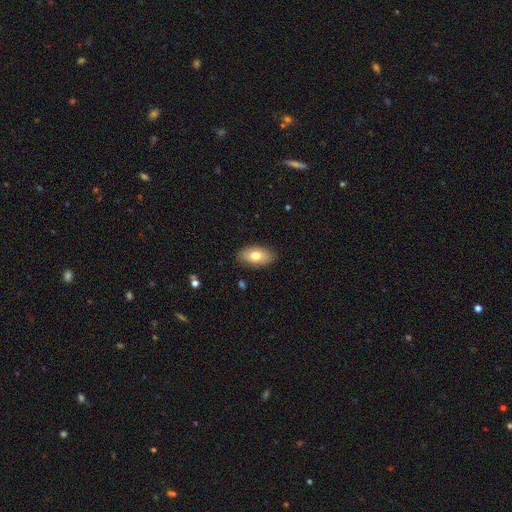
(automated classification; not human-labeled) A smooth galaxy with no disk features (75%) that is in between round and cigar-shaped (92%).

Vote fractions:
- Smooth or featured? smooth: 75% / featured or disk: 18% / star or artifact: 7%
- How rounded? in between: 92% / round: 5% / cigar-shaped: 2%
- Merging? none: 86% / minor disturbance: 11% / major disturbance: 2% / merger: 1%